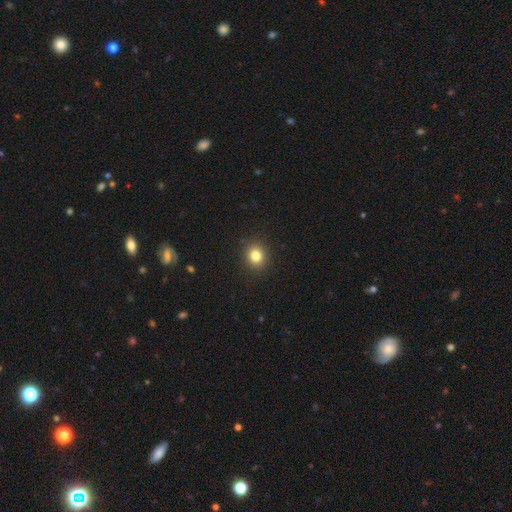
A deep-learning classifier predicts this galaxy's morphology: smooth-or-featured: smooth: 82% | star or artifact: 12% | featured or disk: 6%
  how-rounded: round: 80% | in between: 19% | cigar-shaped: 1%
  merging: none: 91% | minor disturbance: 6% | major disturbance: 2% | merger: 1%